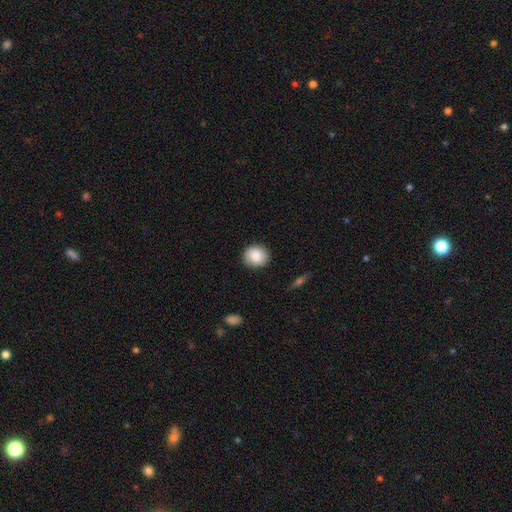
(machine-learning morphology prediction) Overall: smooth (84%). How rounded: round (85%). Merging: none (86%).